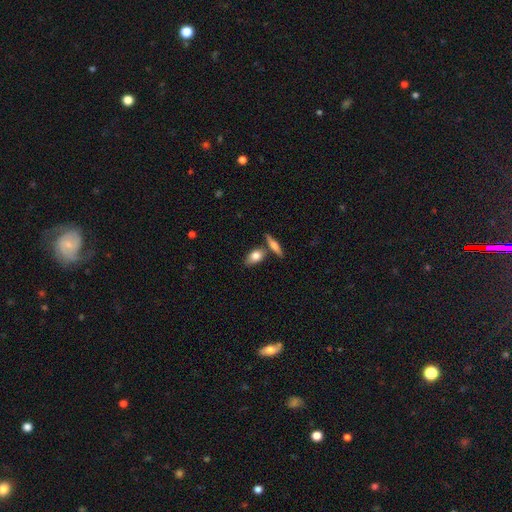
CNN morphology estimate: smooth 75%, featured or disk 18%, star or artifact 7%. Down the decision tree: how rounded — in between (80%); merging — none (63%).